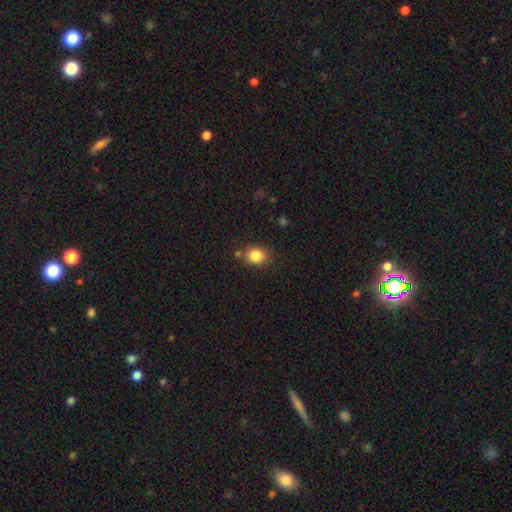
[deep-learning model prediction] smooth-or-featured: smooth: 84% | star or artifact: 10% | featured or disk: 5%
  how-rounded: round: 65% | in between: 34% | cigar-shaped: 1%
  merging: none: 77% | minor disturbance: 12% | merger: 7% | major disturbance: 3%